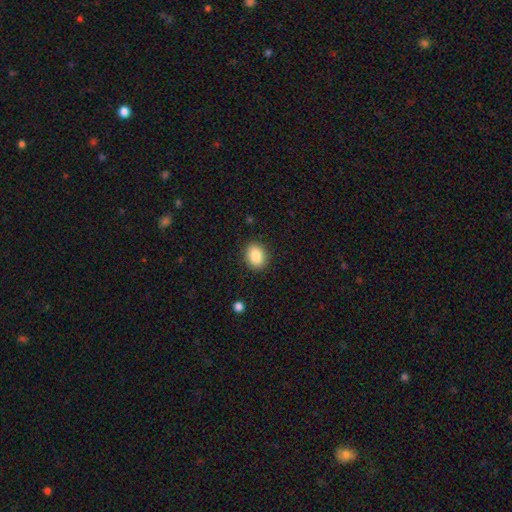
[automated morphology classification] type=smooth (87%); roundness=in between (55%); merging=none (88%).